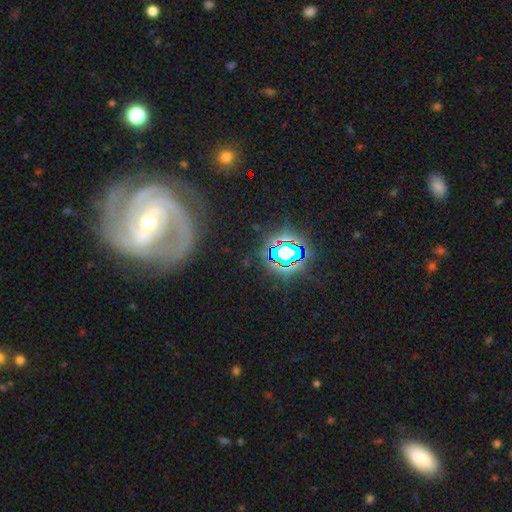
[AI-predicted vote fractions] Morphology: type=featured or disk (76%); edge-on=no (96%); bar=strong (49%); spiral arms=yes (94%); winding=tight (50%); arm count=2 (45%); bulge=small (57%); merging=none (72%).